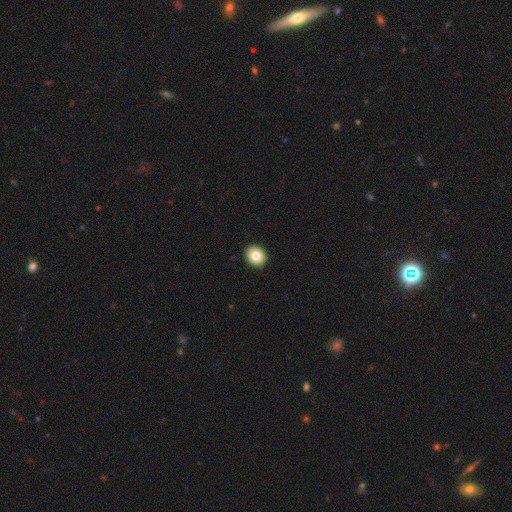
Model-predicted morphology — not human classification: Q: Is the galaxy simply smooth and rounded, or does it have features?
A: smooth — 82%.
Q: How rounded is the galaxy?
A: round — 67%.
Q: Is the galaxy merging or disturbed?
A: none — 92%.